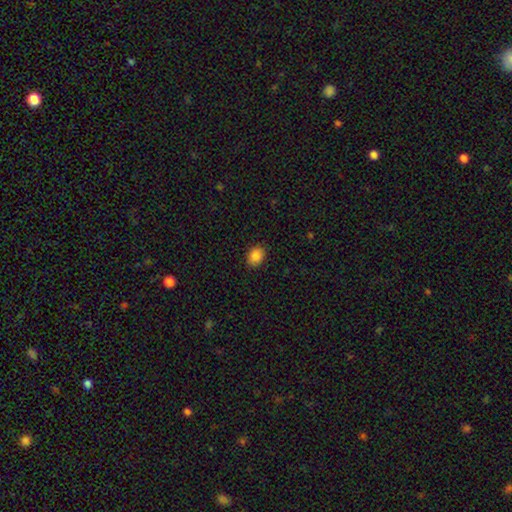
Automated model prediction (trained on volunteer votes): A smooth galaxy with no disk features (88%) that is in between round and cigar-shaped (61%). Merging: none (88%).